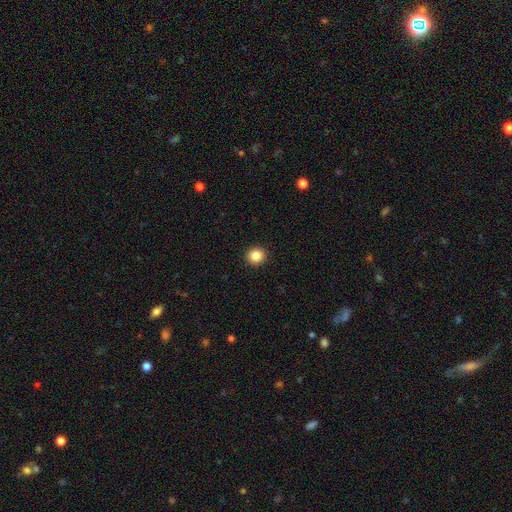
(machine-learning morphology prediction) Q: Smooth or featured?
A: smooth (85%); runner-up: star or artifact (10%)
Q: How rounded?
A: round (90%); runner-up: in between (9%)
Q: Merging?
A: none (93%); runner-up: minor disturbance (5%)